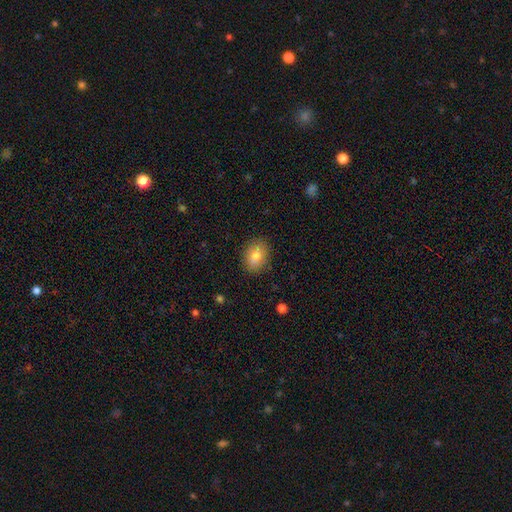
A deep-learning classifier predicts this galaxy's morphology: Overall: smooth (77%). How rounded: in between (68%; round 30%). Merging: none (86%).